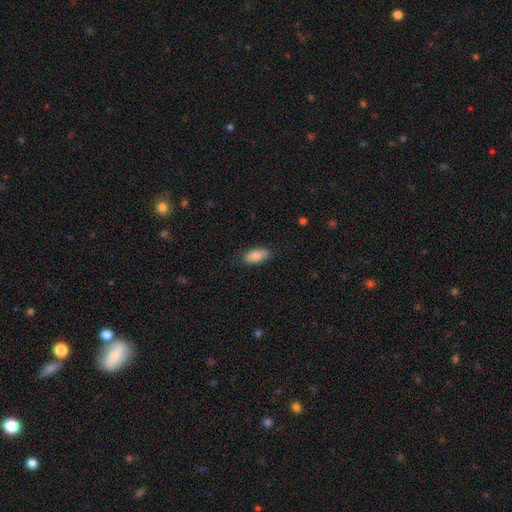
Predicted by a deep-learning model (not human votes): Smooth or featured? Predicted: smooth (p=0.87). How rounded? Predicted: in between (p=0.87). Merging? Predicted: none (p=0.82).